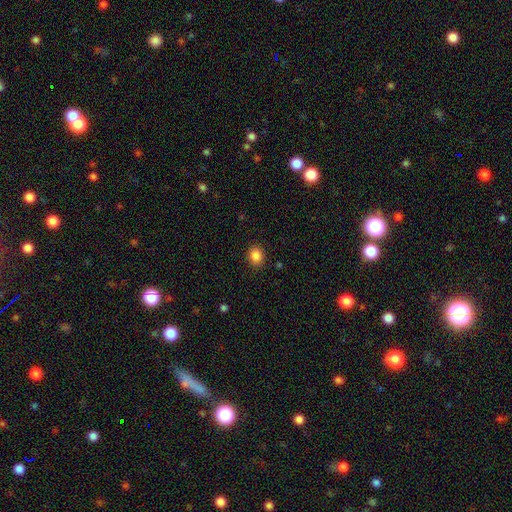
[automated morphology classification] smooth-or-featured: smooth: 86% | star or artifact: 10% | featured or disk: 4%
  how-rounded: round: 61% | in between: 38% | cigar-shaped: 1%
  merging: none: 89% | minor disturbance: 7% | major disturbance: 2% | merger: 1%